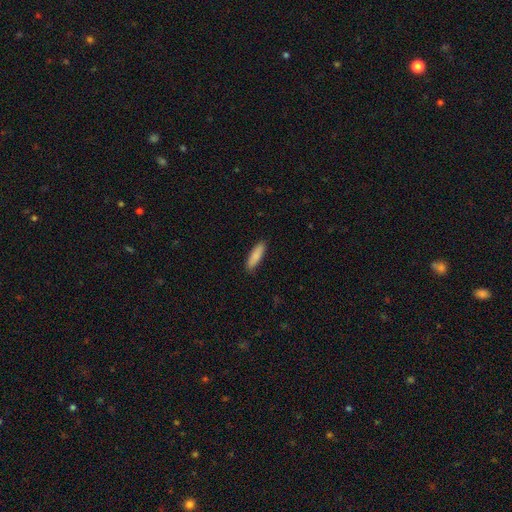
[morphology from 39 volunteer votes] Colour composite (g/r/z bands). It shows a smooth galaxy with no disk features (87%) that is cigar-shaped (79%). Merging: none (92%).